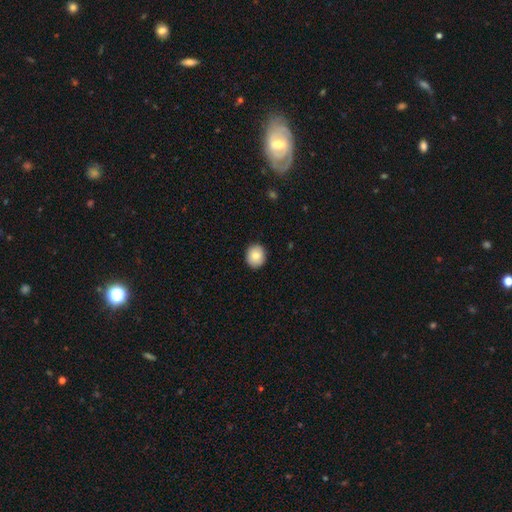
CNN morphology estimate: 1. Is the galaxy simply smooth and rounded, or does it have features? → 83% smooth, 9% featured or disk, 8% star or artifact.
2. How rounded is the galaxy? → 75% round, 24% in between, 1% cigar-shaped.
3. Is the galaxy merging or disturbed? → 89% none, 8% minor disturbance, 2% major disturbance, 1% merger.